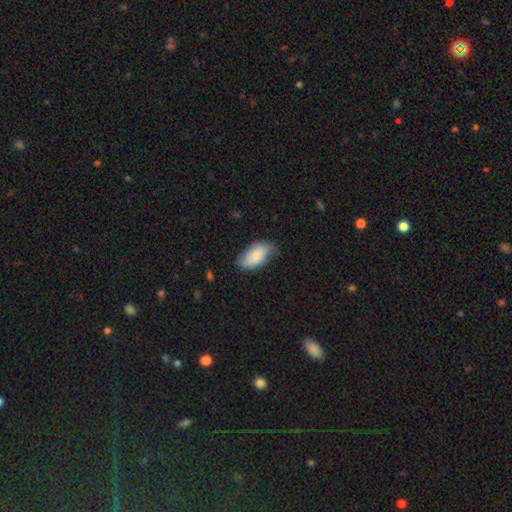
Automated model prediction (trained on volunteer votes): This is likely a smooth galaxy (73%). How rounded: clearly in between (94%). Merging: likely none (62%).